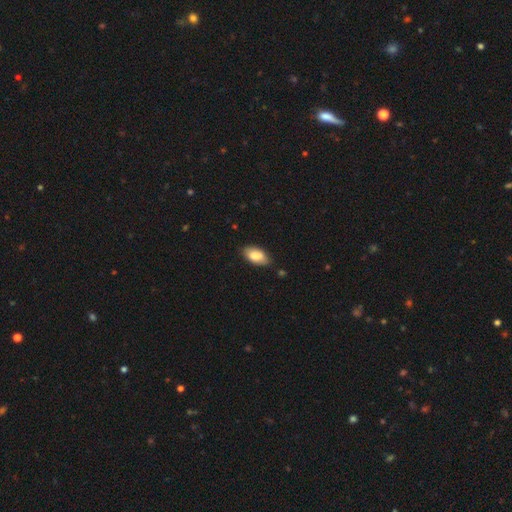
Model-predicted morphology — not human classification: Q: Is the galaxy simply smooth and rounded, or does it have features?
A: smooth — 84%.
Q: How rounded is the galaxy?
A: in between — 93%.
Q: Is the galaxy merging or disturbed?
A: none — 78%.